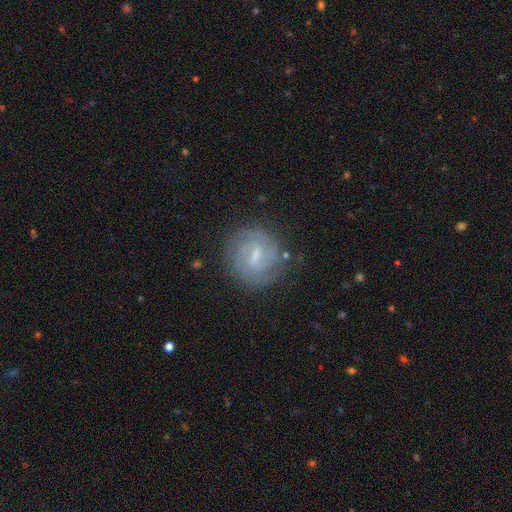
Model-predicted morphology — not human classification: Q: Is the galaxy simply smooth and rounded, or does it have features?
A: featured or disk — 78%.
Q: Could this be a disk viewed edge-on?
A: no — 97%.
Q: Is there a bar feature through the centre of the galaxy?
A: weak — 60%.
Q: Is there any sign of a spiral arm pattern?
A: yes — 92%.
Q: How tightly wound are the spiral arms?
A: tight — 61%.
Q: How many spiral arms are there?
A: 2 — 46%.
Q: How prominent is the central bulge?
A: small — 54%.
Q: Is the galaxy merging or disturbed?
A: none — 80%.